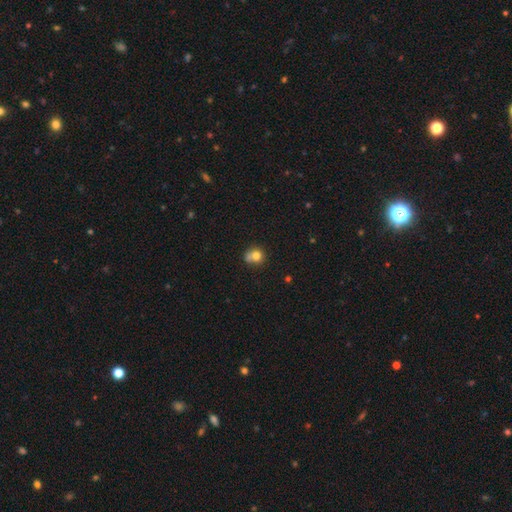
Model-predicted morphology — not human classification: This appears to be a smooth galaxy with no disk features (77%) that is round (76%). Merging: none (48%).